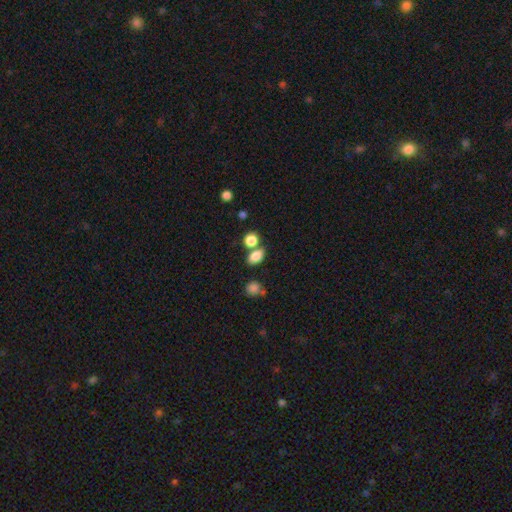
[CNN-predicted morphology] type=smooth (82%); roundness=in between (73%); merging=none (56%).